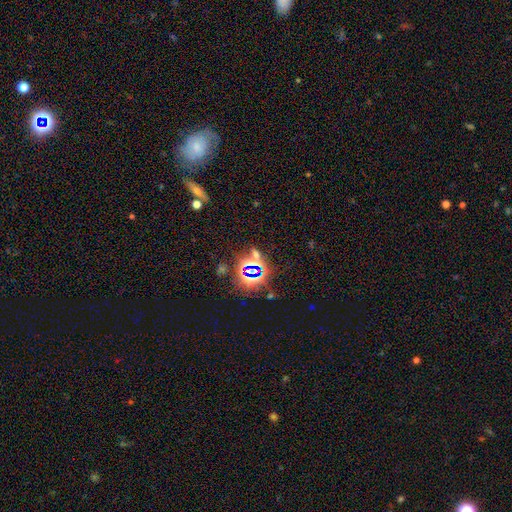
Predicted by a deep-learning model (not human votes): This appears to be a star or artifact, not a galaxy (72%).